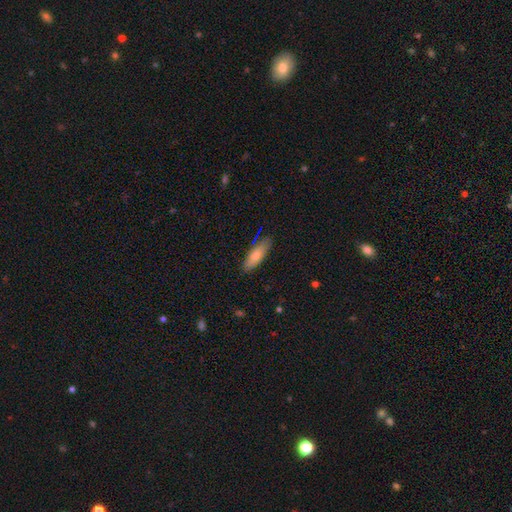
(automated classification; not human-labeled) smooth 76%, featured or disk 18%, star or artifact 6%. Down the decision tree: how rounded — in between (54%); merging — none (82%).